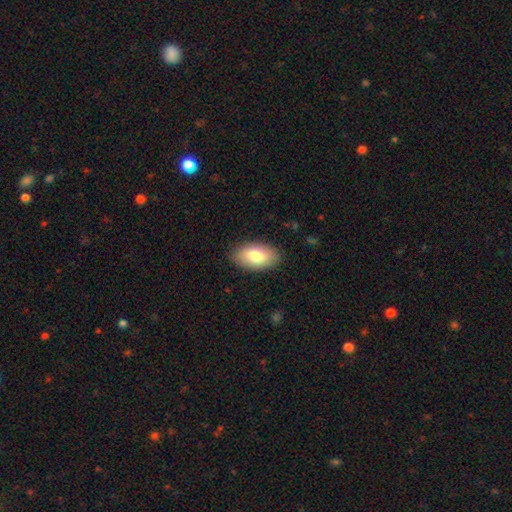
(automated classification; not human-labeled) smooth_or_featured: smooth (p=0.81) [alt: featured or disk p=0.13]
how_rounded: in between (p=0.95) [alt: round p=0.03]
merging: none (p=0.86) [alt: minor disturbance p=0.10]